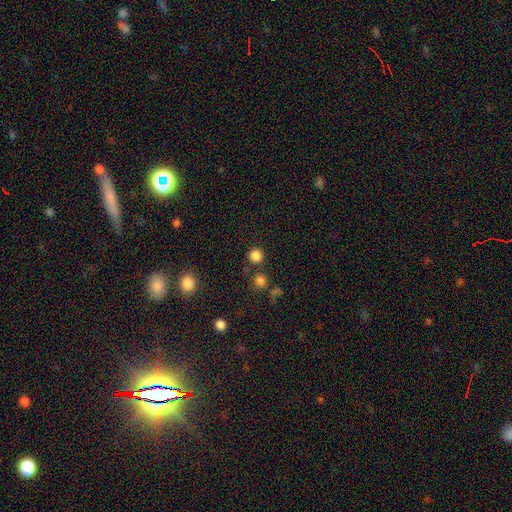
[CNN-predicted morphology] Smooth or featured: smooth — 82% (star or artifact — 14%)
How rounded: round — 93% (in between — 6%)
Merging: none — 83% (merger — 7%)